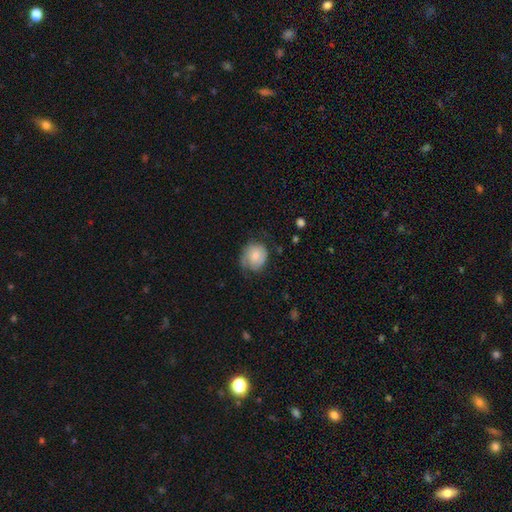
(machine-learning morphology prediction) Overall: smooth (59%; featured or disk 34%). How rounded: round (73%). Merging: none (51%; minor disturbance 31%).